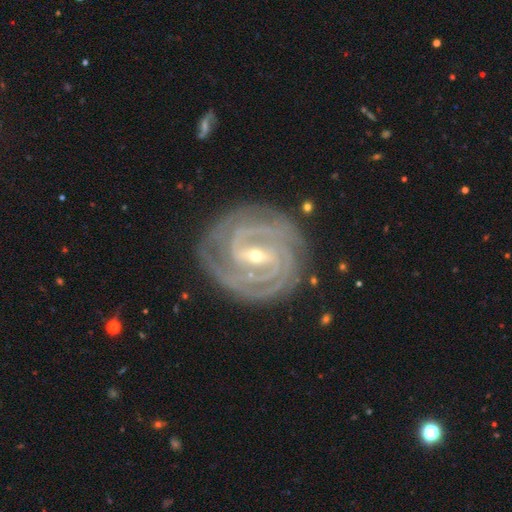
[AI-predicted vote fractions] The model was most divided on "spiral arm count": 2: 32%, 3: 25%, 4: 17%, can't tell: 12%, more than 4: 7%, 1: 6%. More confident: spiral arms — yes (98%); edge-on disk — no (97%); smooth or featured — featured or disk (92%); merging — none (82%); spiral winding — tight (80%); bulge size — small (66%); bar — strong (54%).